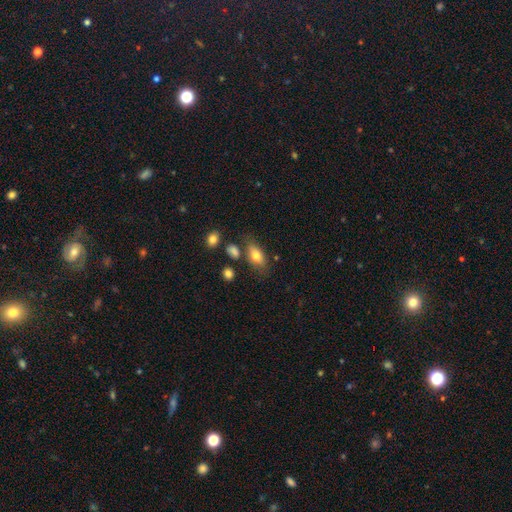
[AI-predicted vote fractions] Overall: smooth (76%). How rounded: in between (84%). Merging: none (68%).